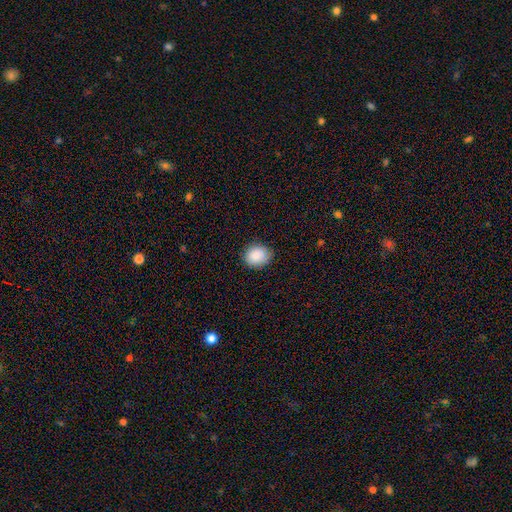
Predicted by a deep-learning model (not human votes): Morphology: type=smooth (87%); roundness=round (66%); merging=none (85%).